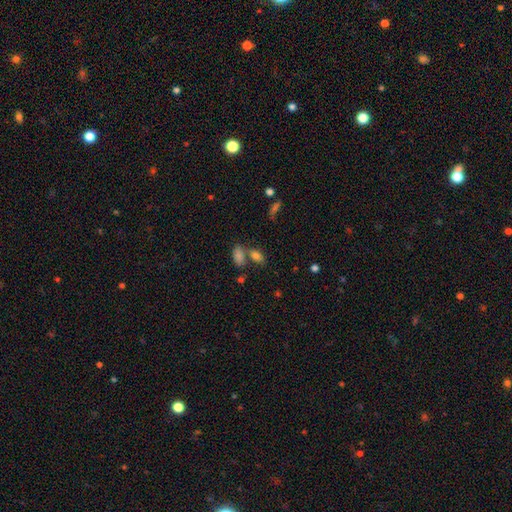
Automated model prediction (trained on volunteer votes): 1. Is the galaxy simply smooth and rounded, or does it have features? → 78% smooth, 12% star or artifact, 9% featured or disk.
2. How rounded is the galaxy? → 86% in between, 8% round, 6% cigar-shaped.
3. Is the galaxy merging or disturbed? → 56% none, 29% merger, 11% minor disturbance, 4% major disturbance.